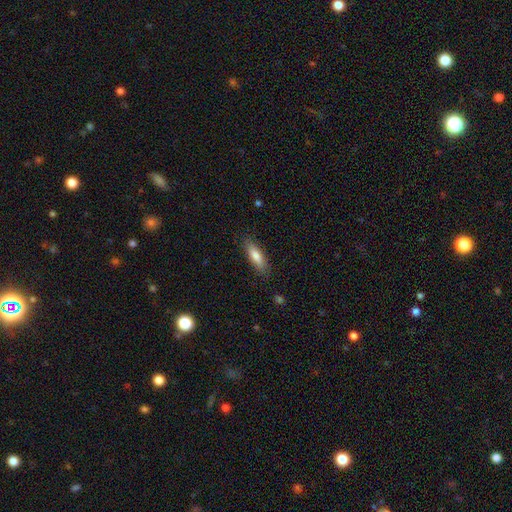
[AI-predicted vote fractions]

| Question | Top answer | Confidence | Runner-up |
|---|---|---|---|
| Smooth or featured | smooth | 79% | featured or disk (15%) |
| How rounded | cigar-shaped | 52% | in between (46%) |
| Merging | none | 85% | minor disturbance (11%) |